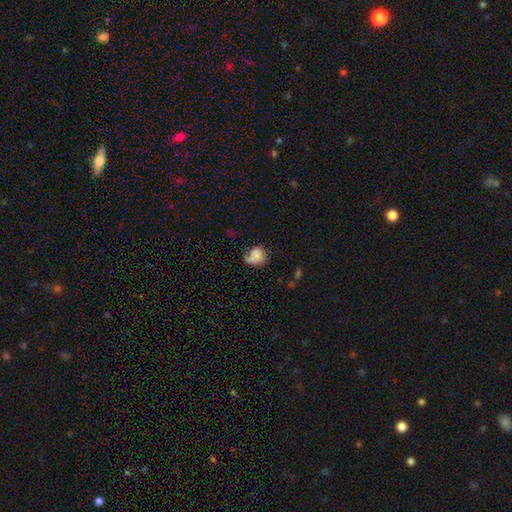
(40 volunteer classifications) Smooth or featured? 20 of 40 (50%) said smooth. How rounded? 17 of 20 (85%) said round. Merging? 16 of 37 (43%) said none.